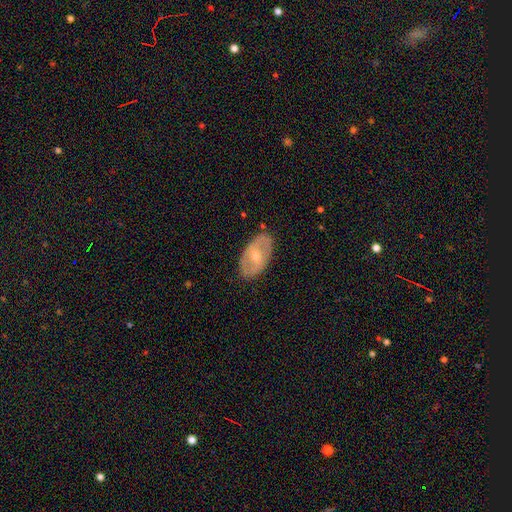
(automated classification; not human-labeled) Smooth or featured? Predicted: featured or disk (p=0.59). Edge-on disk? Predicted: no (p=0.91). Bar? Predicted: weak (p=0.41). Spiral arms? Predicted: no (p=0.55). Bulge size? Predicted: moderate (p=0.55). Merging? Predicted: none (p=0.82).